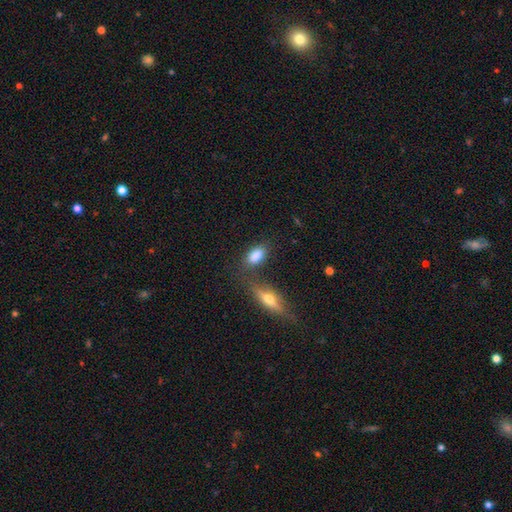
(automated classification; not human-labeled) Morphology: type=smooth (82%); roundness=in between (85%); merging=none (64%).